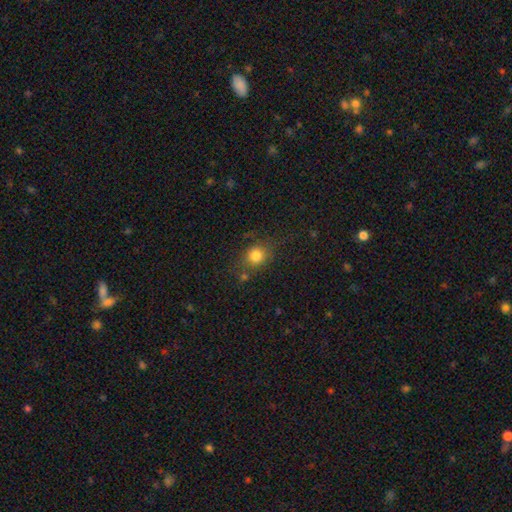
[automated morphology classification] This appears to be a smooth galaxy with no disk features (79%) that is round (76%). Merging: none (71%).